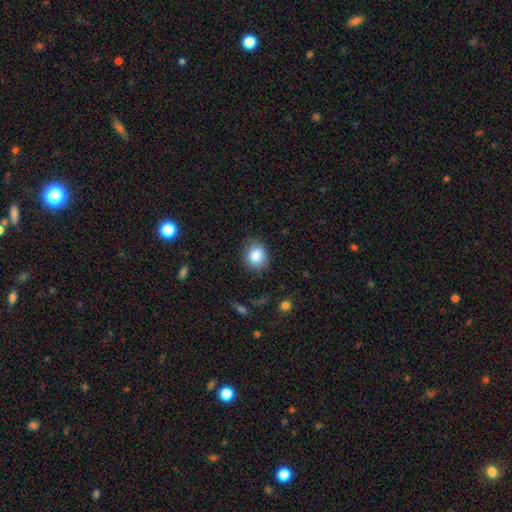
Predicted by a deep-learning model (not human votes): smooth-or-featured: smooth: 85% | star or artifact: 9% | featured or disk: 6%
  how-rounded: round: 67% | in between: 32% | cigar-shaped: 1%
  merging: none: 80% | minor disturbance: 15% | major disturbance: 4% | merger: 1%